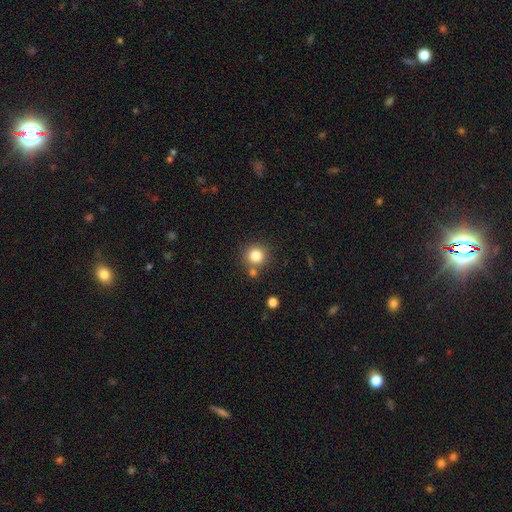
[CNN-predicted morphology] Q: Smooth or featured?
A: smooth (82%); runner-up: star or artifact (12%)
Q: How rounded?
A: round (92%); runner-up: in between (7%)
Q: Merging?
A: none (76%); runner-up: merger (13%)